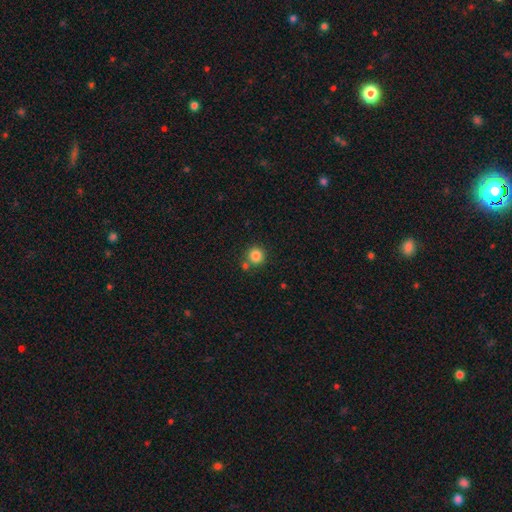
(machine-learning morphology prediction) A smooth galaxy with no disk features (85%) that is round (93%). Merging: none (73%).